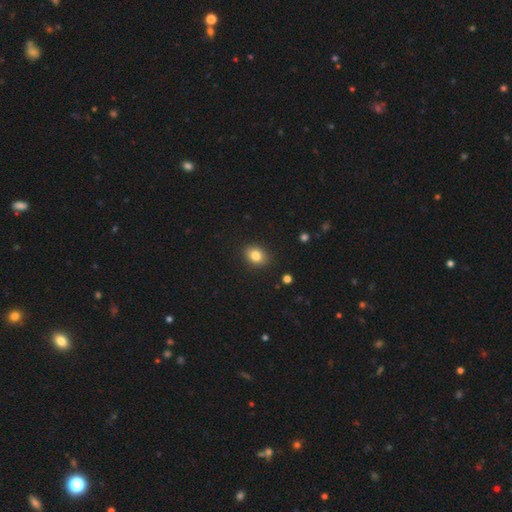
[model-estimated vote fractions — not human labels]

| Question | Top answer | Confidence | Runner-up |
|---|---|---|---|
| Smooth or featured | smooth | 83% | star or artifact (10%) |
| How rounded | in between | 55% | round (44%) |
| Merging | none | 88% | minor disturbance (9%) |